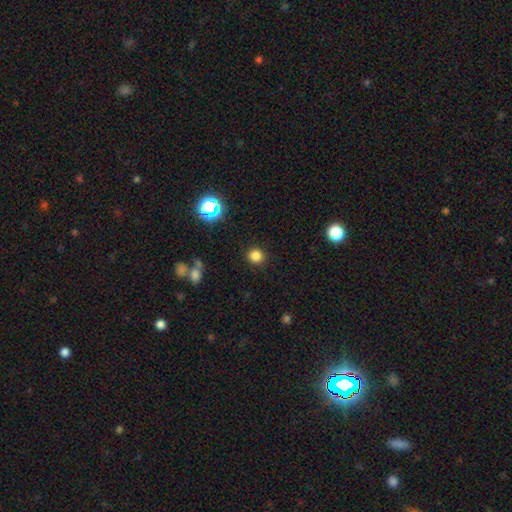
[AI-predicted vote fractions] smooth_or_featured: smooth (p=0.81) [alt: star or artifact p=0.15]
how_rounded: round (p=0.88) [alt: in between p=0.11]
merging: none (p=0.89) [alt: minor disturbance p=0.06]